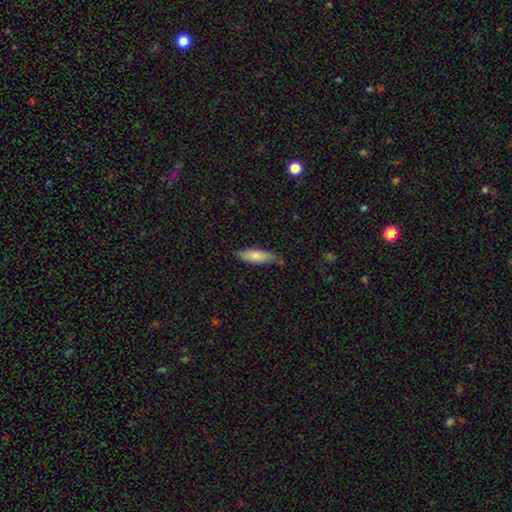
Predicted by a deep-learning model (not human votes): smooth 81%, featured or disk 13%, star or artifact 6%. Down the decision tree: how rounded — in between (52%); merging — none (75%).